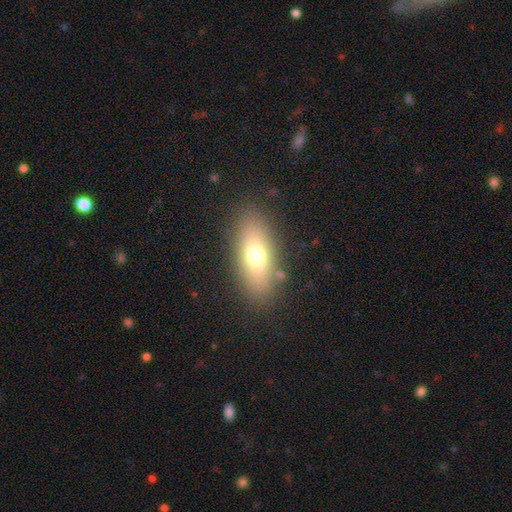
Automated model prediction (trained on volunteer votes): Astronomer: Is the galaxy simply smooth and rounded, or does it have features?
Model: smooth — 69%.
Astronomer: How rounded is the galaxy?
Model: in between — 78%.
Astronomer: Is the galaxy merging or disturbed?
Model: none — 84%.